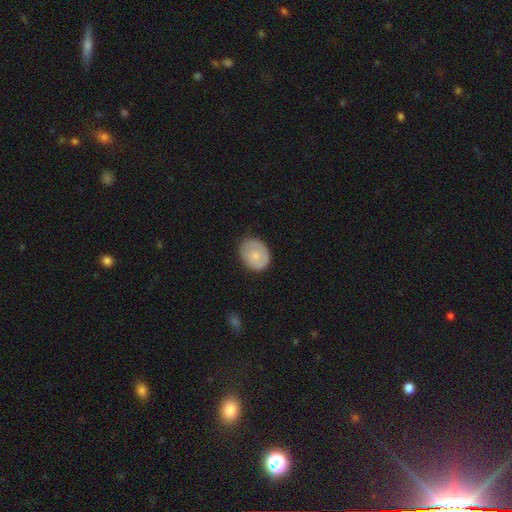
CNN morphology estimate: Smooth or featured? Predicted: smooth (p=0.70). How rounded? Predicted: round (p=0.52). Merging? Predicted: none (p=0.71).